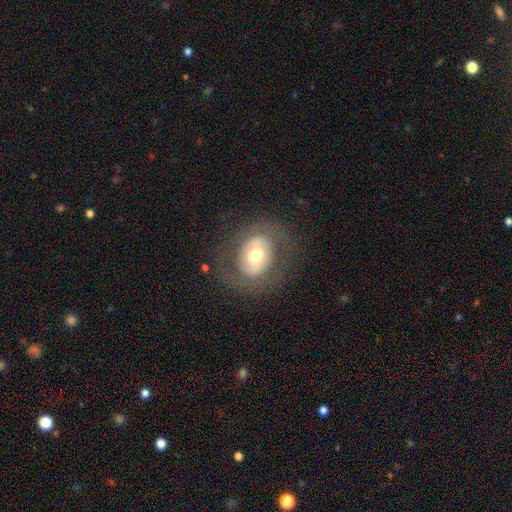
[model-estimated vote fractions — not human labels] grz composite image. It shows a smooth galaxy with no disk features (46%). Merging: none (76%).